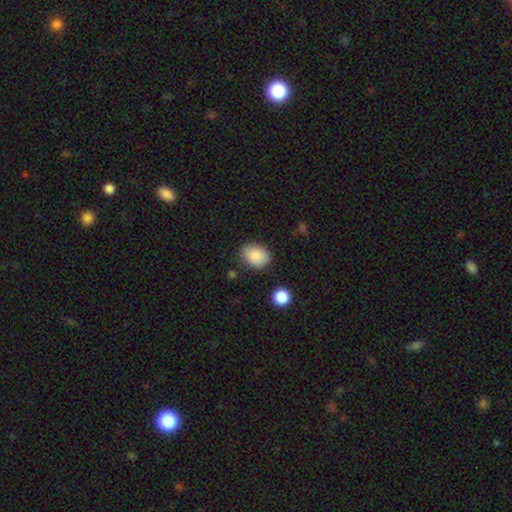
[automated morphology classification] smooth_or_featured: smooth (p=0.86) [alt: star or artifact p=0.08]
how_rounded: in between (p=0.68) [alt: round p=0.31]
merging: none (p=0.80) [alt: minor disturbance p=0.14]